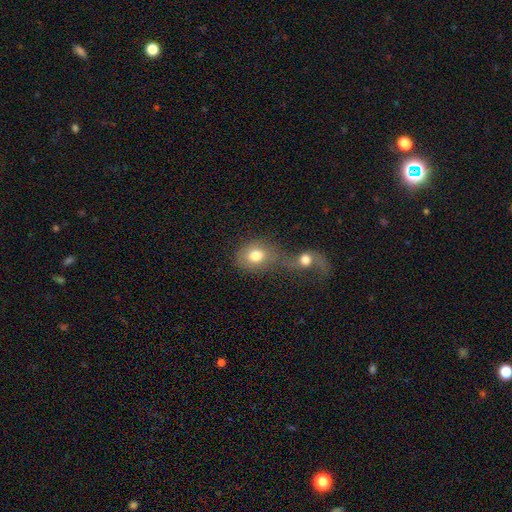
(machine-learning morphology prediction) This is likely a smooth galaxy (77%). How rounded: possibly round (52%). Merging: possibly merger (57%).